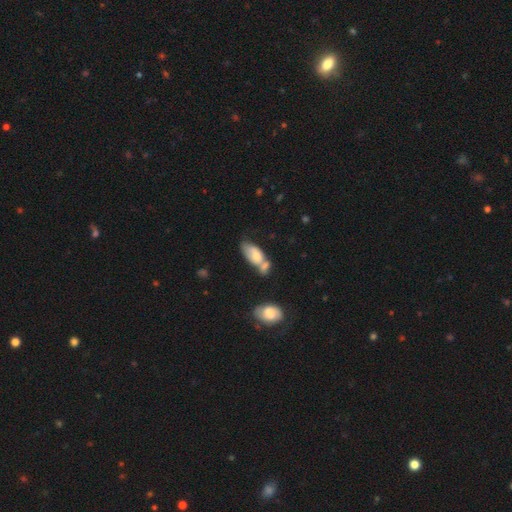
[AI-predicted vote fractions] This appears to be a smooth galaxy with no disk features (65%) that is in between round and cigar-shaped (89%). Merging: merger (49%).